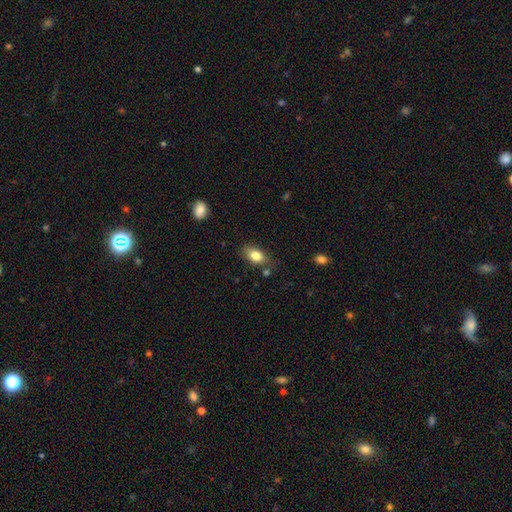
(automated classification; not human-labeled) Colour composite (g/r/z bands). It shows a smooth galaxy with no disk features (82%) that is in between round and cigar-shaped (85%). Merging: none (75%).